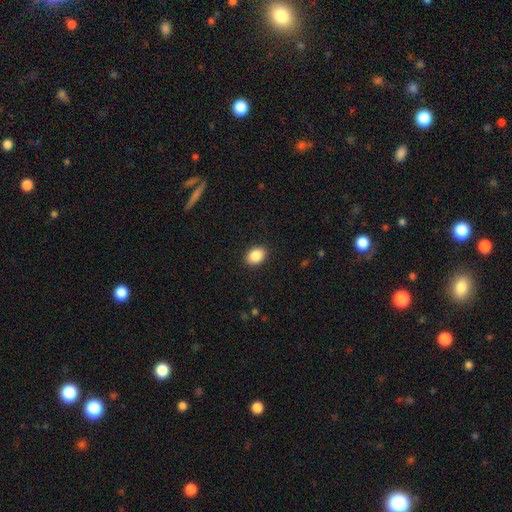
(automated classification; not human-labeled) Morphology: type=smooth (88%); roundness=in between (71%); merging=none (90%).